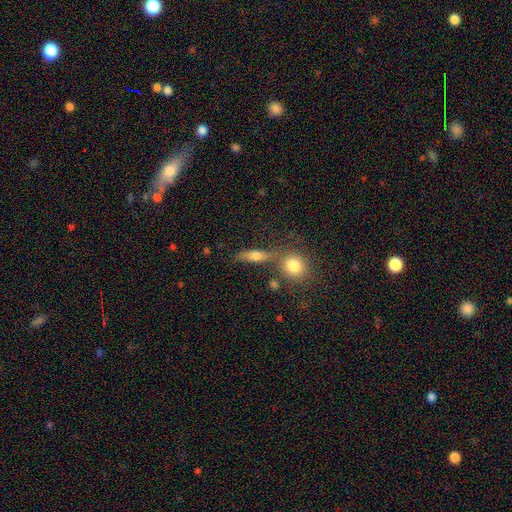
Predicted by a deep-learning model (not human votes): A smooth galaxy with no disk features (65%) that is cigar-shaped (45%).

Vote fractions:
- Smooth or featured? smooth: 65% / featured or disk: 24% / star or artifact: 11%
- How rounded? cigar-shaped: 45% / in between: 39% / round: 16%
- Merging? none: 64% / merger: 16% / minor disturbance: 13% / major disturbance: 6%